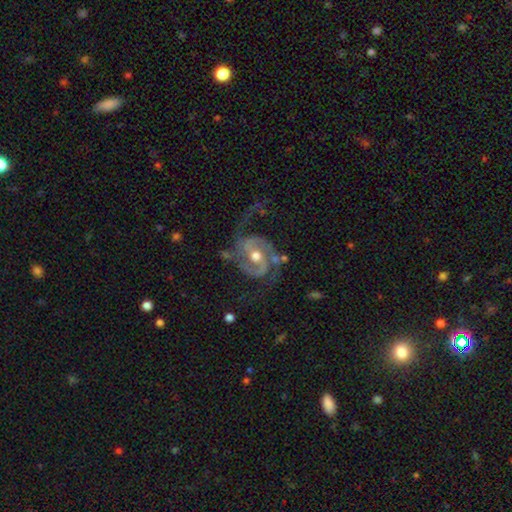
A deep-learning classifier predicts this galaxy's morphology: A featured or disk galaxy (91%) with no bar (45%), 2 (77%) medium (52%) spiral arms (97%) and a moderate central bulge (75%). Merging: none (56%).